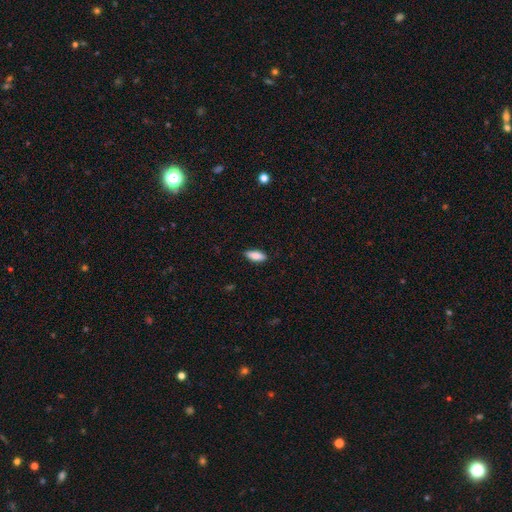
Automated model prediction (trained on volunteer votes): Smooth or featured? smooth (87%)
How rounded? in between (81%)
Merging? none (86%)